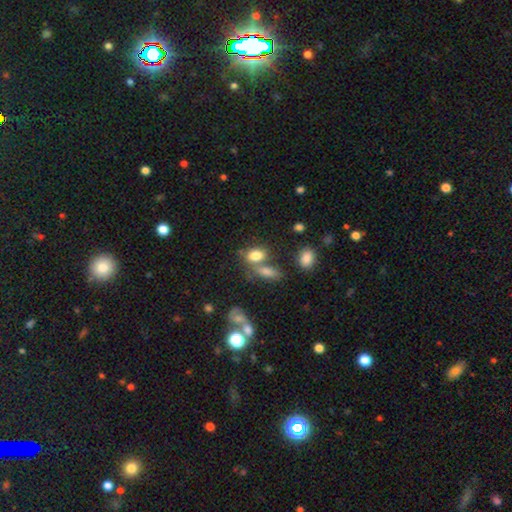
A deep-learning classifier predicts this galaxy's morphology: Smooth or featured? smooth (79%)
How rounded? in between (83%)
Merging? none (48%)